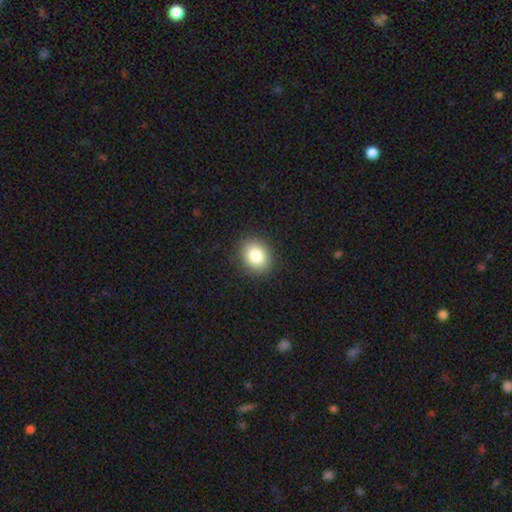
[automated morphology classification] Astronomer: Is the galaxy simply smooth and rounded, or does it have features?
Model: smooth — 84%.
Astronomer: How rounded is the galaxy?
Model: round — 54% (runner-up: in between, 45%).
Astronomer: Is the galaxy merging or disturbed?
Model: none — 90%.